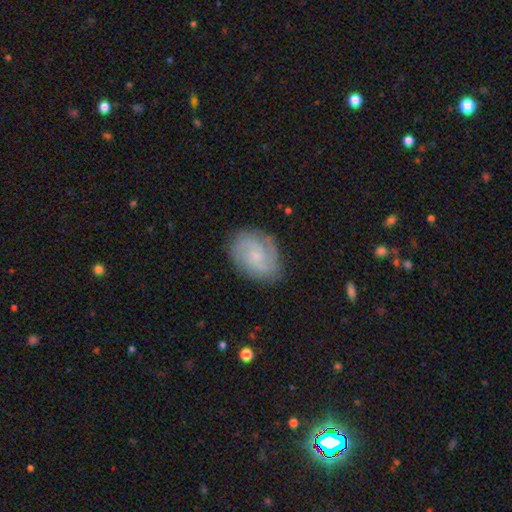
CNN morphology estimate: type=featured or disk (80%); edge-on=no (98%); bar=no (61%); spiral arms=yes (97%); winding=tight (50%); arm count=2 (51%); bulge=small (70%); merging=none (80%).